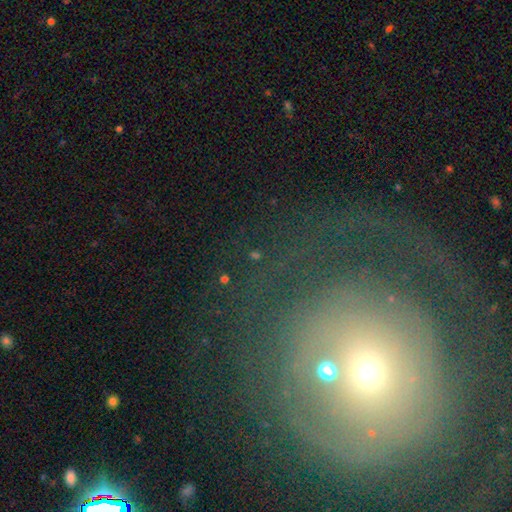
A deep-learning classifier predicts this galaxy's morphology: Overall: star or artifact (61%; smooth 25%).